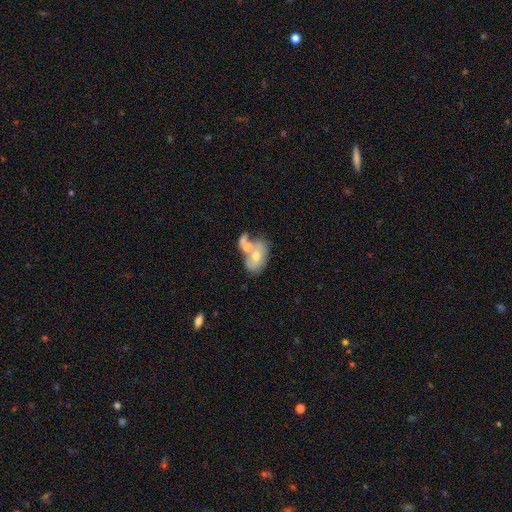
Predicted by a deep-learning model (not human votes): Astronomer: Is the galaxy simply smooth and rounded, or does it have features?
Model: smooth — 46% (runner-up: featured or disk, 45%).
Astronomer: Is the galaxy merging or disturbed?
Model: merger — 50% (runner-up: none, 30%).